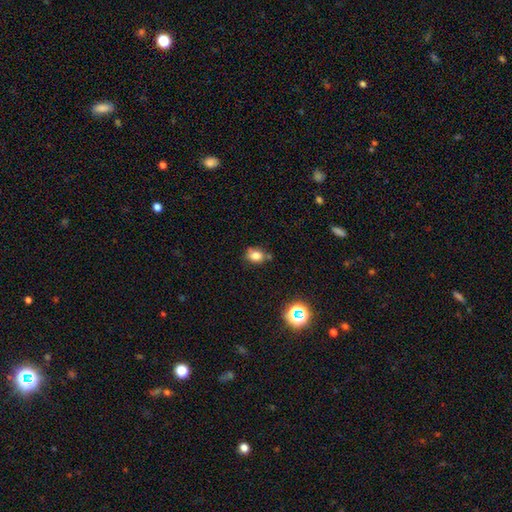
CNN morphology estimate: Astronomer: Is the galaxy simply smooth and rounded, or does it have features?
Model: smooth — 77%.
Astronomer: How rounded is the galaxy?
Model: in between — 55% (runner-up: round, 43%).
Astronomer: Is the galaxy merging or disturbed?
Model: none — 62%.